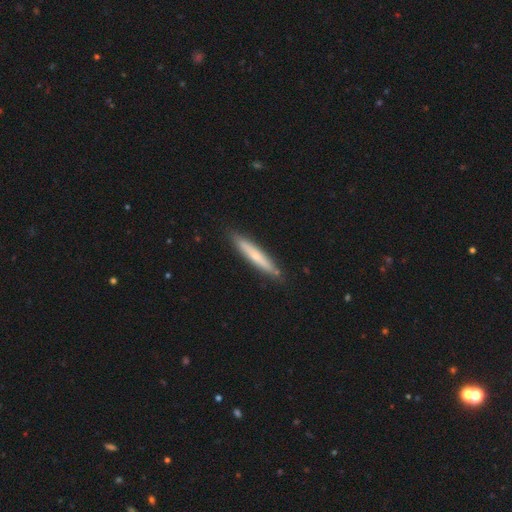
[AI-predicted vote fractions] This appears to be a smooth galaxy with no disk features (56%) that is cigar-shaped (94%). Merging: none (88%).